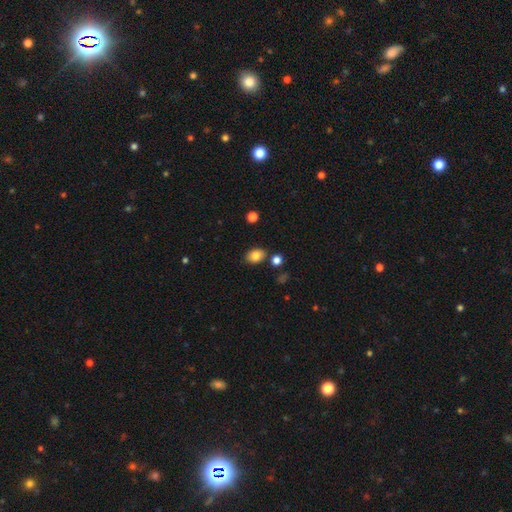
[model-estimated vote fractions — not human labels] smooth_or_featured: smooth (p=0.84) [alt: star or artifact p=0.09]
how_rounded: in between (p=0.75) [alt: round p=0.24]
merging: none (p=0.81) [alt: minor disturbance p=0.11]